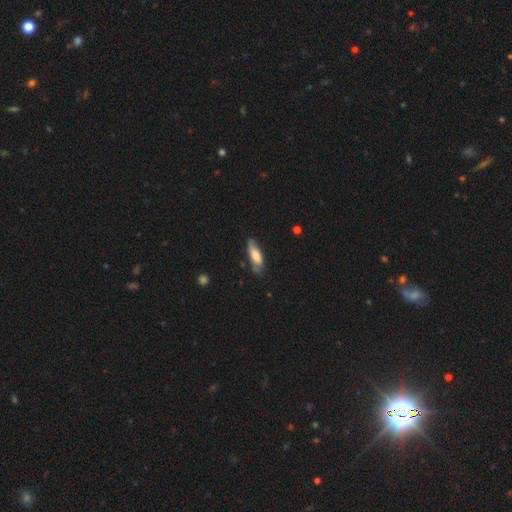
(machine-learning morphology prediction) This appears to be a smooth galaxy with no disk features (68%) that is in between round and cigar-shaped (64%). Merging: none (62%).